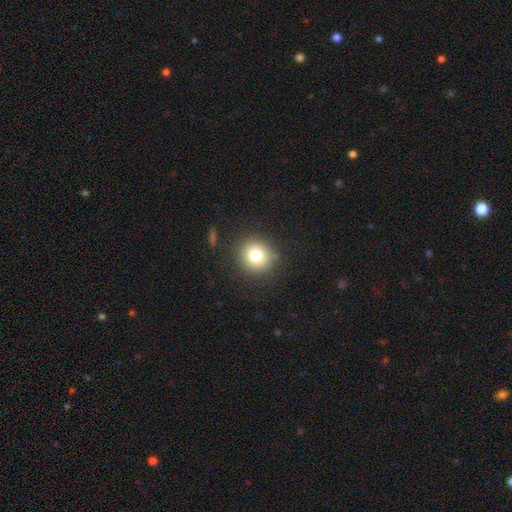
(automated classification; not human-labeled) This is likely a smooth galaxy (78%). How rounded: clearly round (90%). Merging: clearly none (88%).